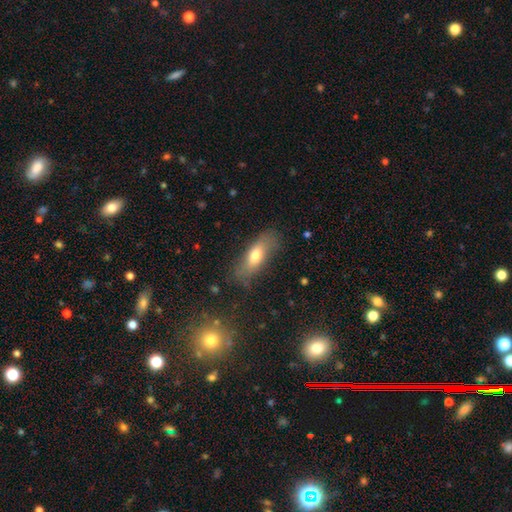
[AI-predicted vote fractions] The model was most divided on "how rounded": in between: 70%, cigar-shaped: 27%, round: 4%. More confident: merging — none (69%); smooth or featured — smooth (68%).